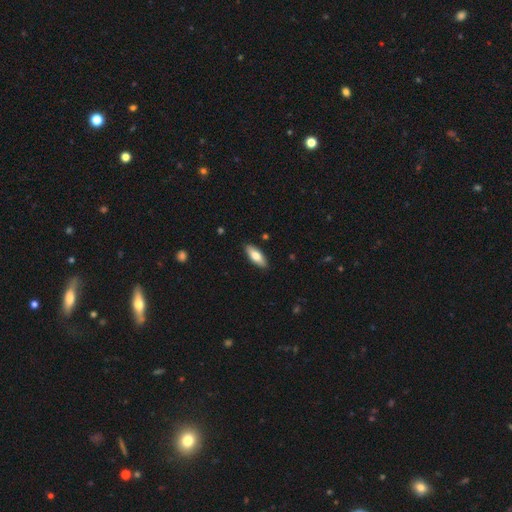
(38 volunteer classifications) This is likely a smooth galaxy (68%). How rounded: likely in between (65%). Merging: clearly none (97%).